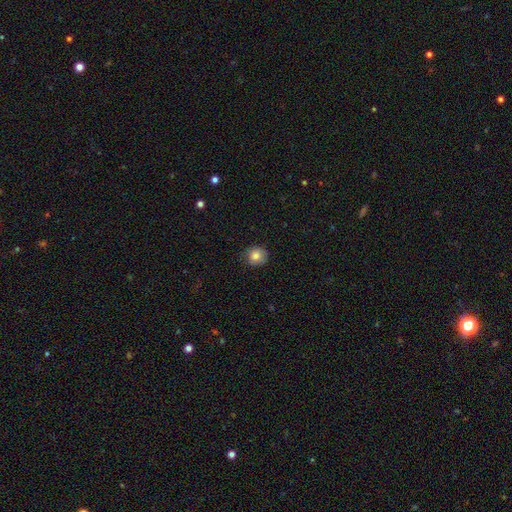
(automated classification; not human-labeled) Overall: smooth (82%). How rounded: round (83%). Merging: none (78%).